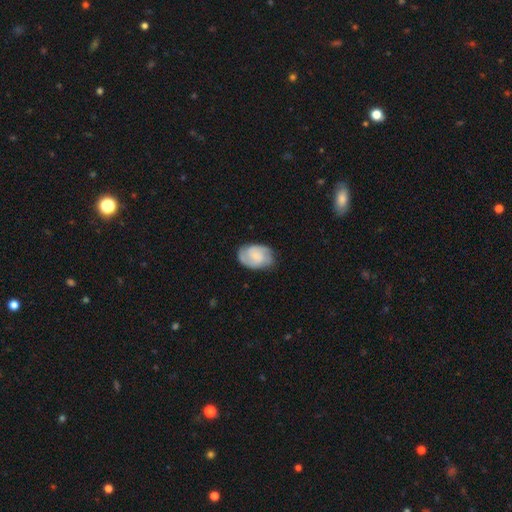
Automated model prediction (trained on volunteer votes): A featured or disk galaxy (63%) with no bar (62%), 2 (64%) tight (44%) spiral arms (91%) and a small central bulge (64%). Merging: none (74%).